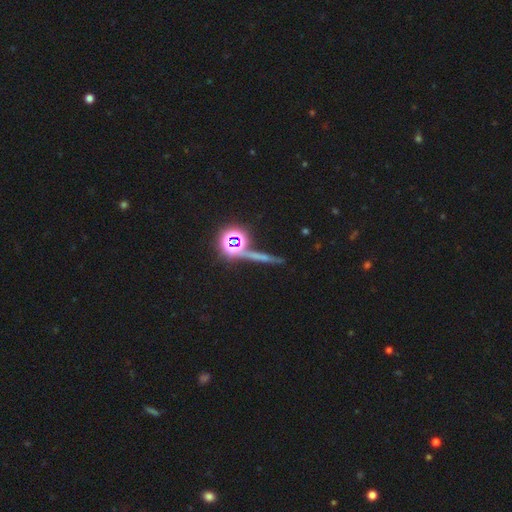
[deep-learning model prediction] Smooth or featured? star or artifact (56%)